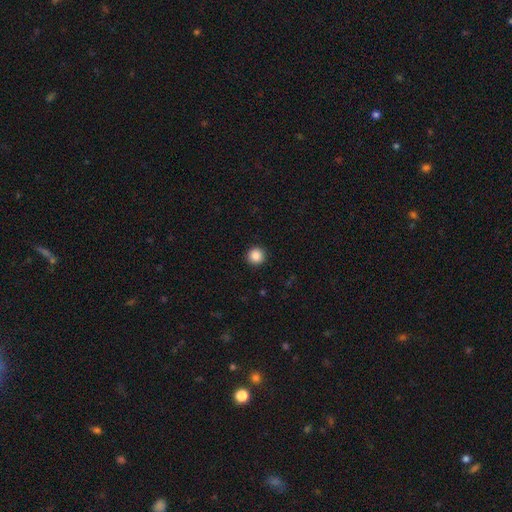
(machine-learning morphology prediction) smooth_or_featured: smooth (p=0.87) [alt: star or artifact p=0.10]
how_rounded: round (p=0.96) [alt: in between p=0.03]
merging: none (p=0.94) [alt: minor disturbance p=0.04]